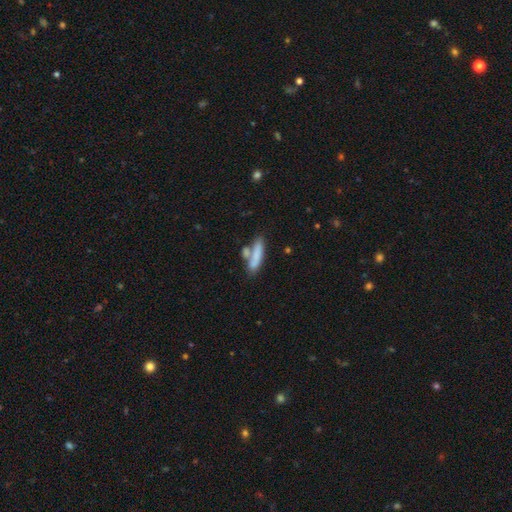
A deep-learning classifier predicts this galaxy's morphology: type=smooth (78%); roundness=cigar-shaped (64%); merging=none (49%).